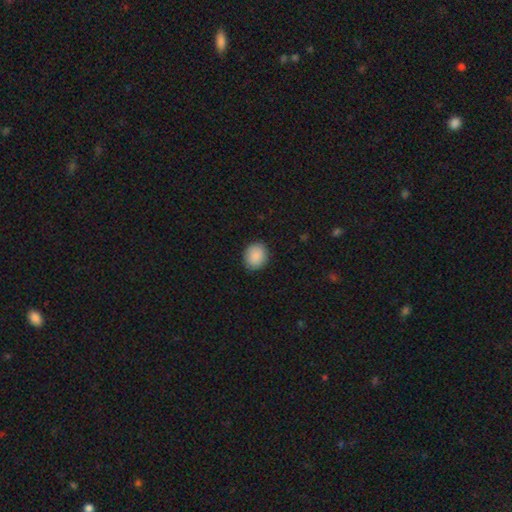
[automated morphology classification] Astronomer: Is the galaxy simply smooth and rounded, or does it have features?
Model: smooth — 89%.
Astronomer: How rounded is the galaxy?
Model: round — 72%.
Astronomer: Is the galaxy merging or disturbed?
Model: none — 89%.